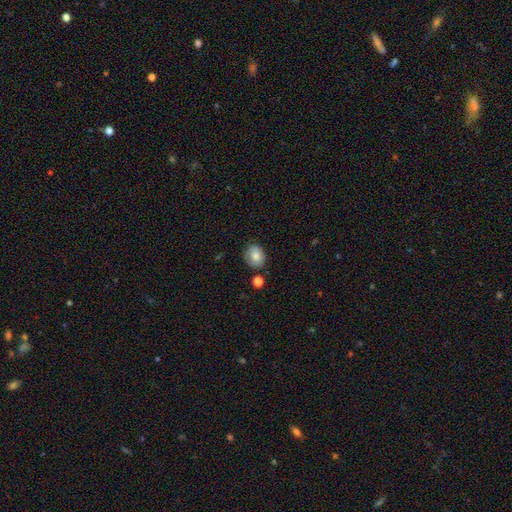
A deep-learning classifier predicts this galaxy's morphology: The model was most divided on "how rounded": round: 51%, in between: 48%, cigar-shaped: 1%. More confident: smooth or featured — smooth (77%); merging — none (70%).